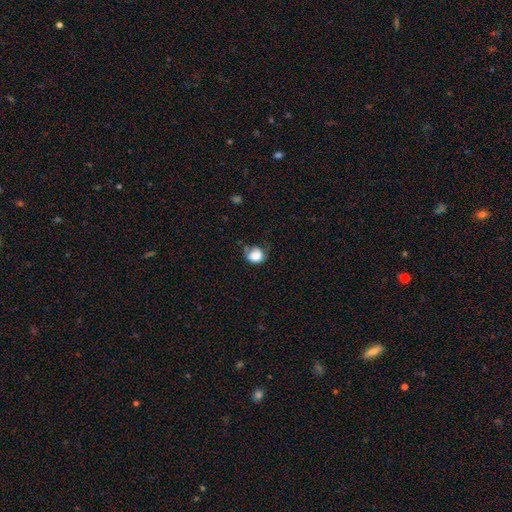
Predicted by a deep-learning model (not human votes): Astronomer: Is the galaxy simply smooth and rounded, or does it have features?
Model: smooth — 83%.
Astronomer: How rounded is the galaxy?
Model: round — 67%.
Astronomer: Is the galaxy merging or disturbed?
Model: none — 47% (runner-up: minor disturbance, 36%).